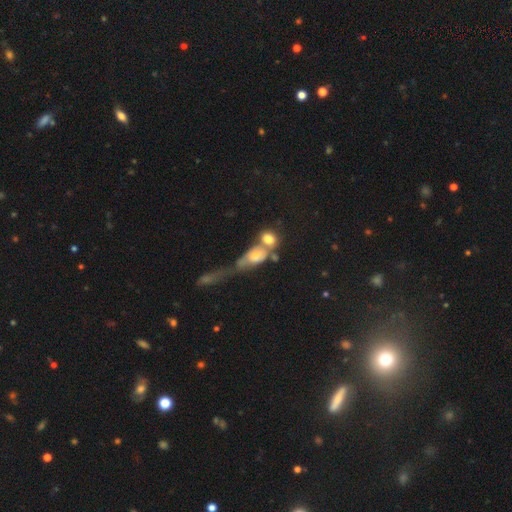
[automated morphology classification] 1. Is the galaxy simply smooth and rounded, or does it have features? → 56% smooth, 32% featured or disk, 12% star or artifact.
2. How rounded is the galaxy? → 63% in between, 26% round, 11% cigar-shaped.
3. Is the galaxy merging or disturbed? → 62% merger, 15% major disturbance, 15% none, 9% minor disturbance.